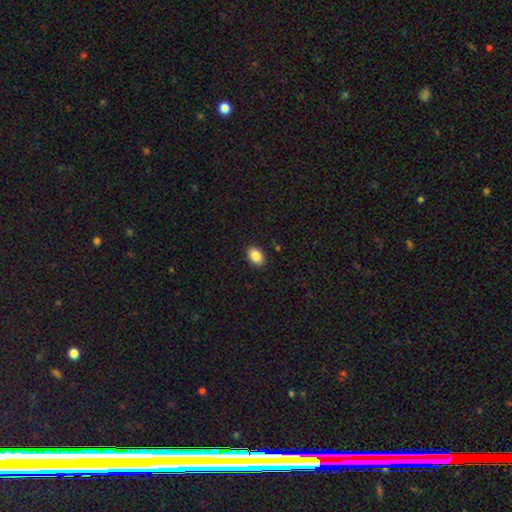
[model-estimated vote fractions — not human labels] Smooth or featured? Predicted: smooth (p=0.87). How rounded? Predicted: in between (p=0.82). Merging? Predicted: none (p=0.89).